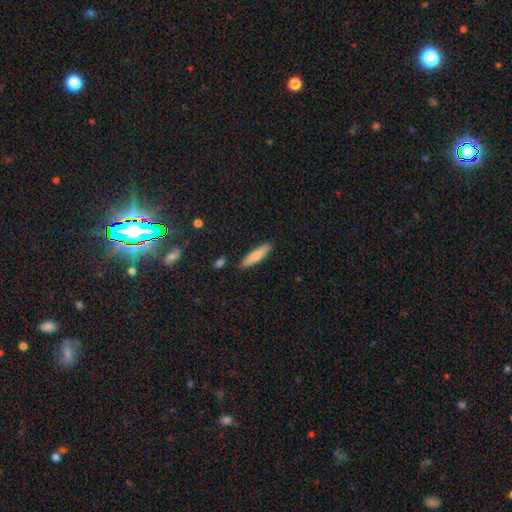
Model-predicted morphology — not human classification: Smooth or featured? Predicted: smooth (p=0.79). How rounded? Predicted: cigar-shaped (p=0.78). Merging? Predicted: none (p=0.86).